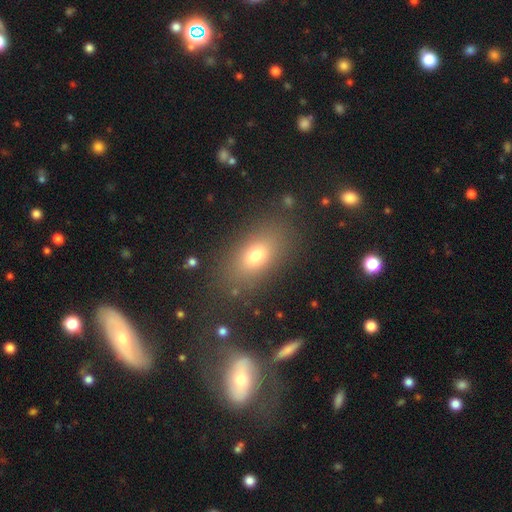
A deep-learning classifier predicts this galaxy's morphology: Smooth or featured?
  - smooth: 72% *
  - featured or disk: 14%
  - star or artifact: 14%
How rounded?
  - in between: 79% *
  - round: 16%
  - cigar-shaped: 6%
Merging?
  - none: 82% *
  - minor disturbance: 10%
  - major disturbance: 5%
  - merger: 3%